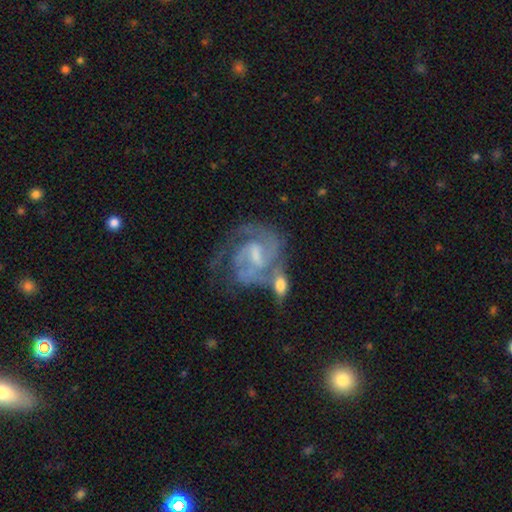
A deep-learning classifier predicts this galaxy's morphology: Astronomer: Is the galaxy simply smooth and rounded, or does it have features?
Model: featured or disk — 86%.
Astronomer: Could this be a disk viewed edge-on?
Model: no — 97%.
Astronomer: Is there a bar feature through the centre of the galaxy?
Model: weak — 56%.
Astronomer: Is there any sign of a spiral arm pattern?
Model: yes — 95%.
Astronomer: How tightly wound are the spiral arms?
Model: tight — 45%, tied with medium at 45%.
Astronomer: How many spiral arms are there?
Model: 2 — 64%.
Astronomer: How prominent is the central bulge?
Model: small — 46% (runner-up: moderate, 30%).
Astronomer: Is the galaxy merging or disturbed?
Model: none — 38% (runner-up: merger, 28%).